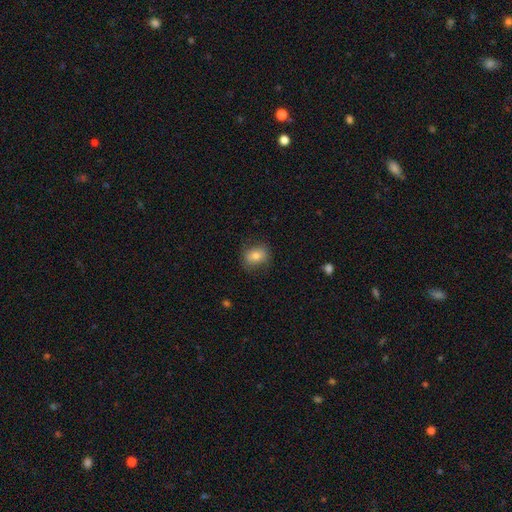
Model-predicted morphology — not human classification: The model was most divided on "how rounded": in between: 55%, round: 44%, cigar-shaped: 1%. More confident: merging — none (81%); smooth or featured — smooth (78%).